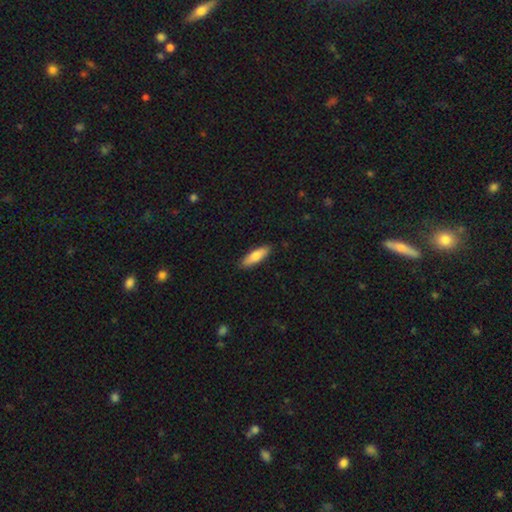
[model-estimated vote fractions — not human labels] smooth-or-featured: smooth: 75% | featured or disk: 19% | star or artifact: 5%
  how-rounded: cigar-shaped: 53% | in between: 45% | round: 2%
  merging: none: 89% | minor disturbance: 9% | major disturbance: 2% | merger: 1%